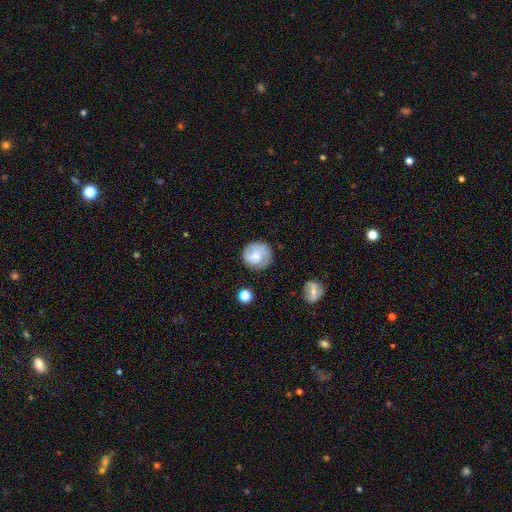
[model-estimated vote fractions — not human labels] A featured or disk galaxy (54%) with no bar (63%), spiral arms (86%) and a small central bulge (44%).

Vote fractions:
- Smooth or featured? featured or disk: 54% / smooth: 38% / star or artifact: 7%
- Edge-on disk? no: 98% / yes: 2%
- Bar? no: 63% / weak: 31% / strong: 5%
- Spiral arms? yes: 86% / no: 14%
- Bulge size? small: 44% / moderate: 35% / none: 14% / large: 6% / dominant: 2%
- Merging? none: 75% / minor disturbance: 17% / major disturbance: 6% / merger: 2%